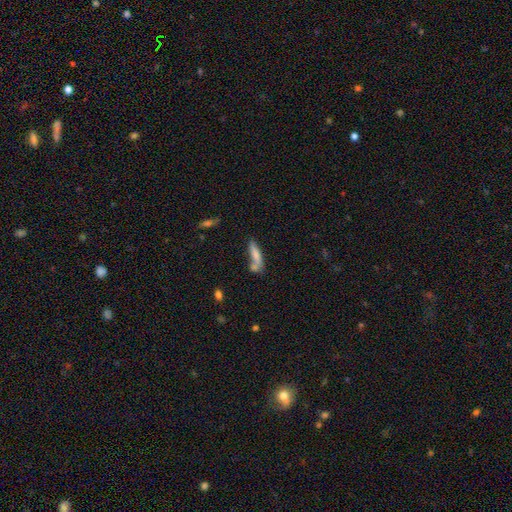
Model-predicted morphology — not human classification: The model was most divided on "merging": none: 47%, merger: 27%, minor disturbance: 18%, major disturbance: 7%. More confident: smooth or featured — smooth (71%); how rounded — cigar-shaped (71%).